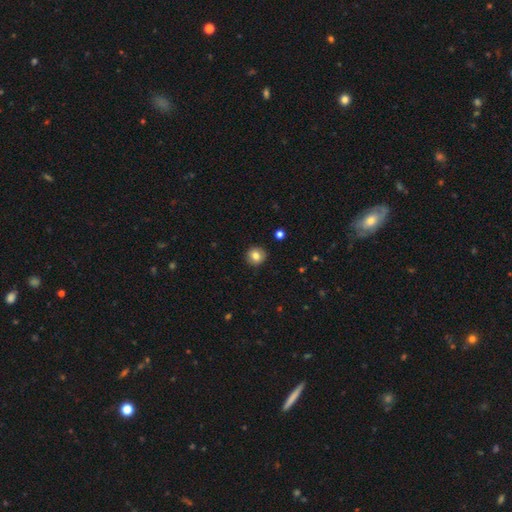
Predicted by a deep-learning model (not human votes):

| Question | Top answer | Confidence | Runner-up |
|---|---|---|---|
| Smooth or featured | smooth | 83% | star or artifact (10%) |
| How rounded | round | 91% | in between (8%) |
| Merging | none | 91% | minor disturbance (6%) |